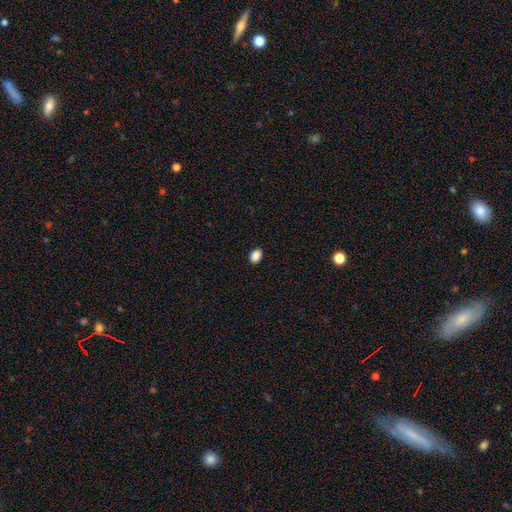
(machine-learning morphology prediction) smooth 88%, star or artifact 9%, featured or disk 3%. Down the decision tree: how rounded — in between (77%); merging — none (90%).